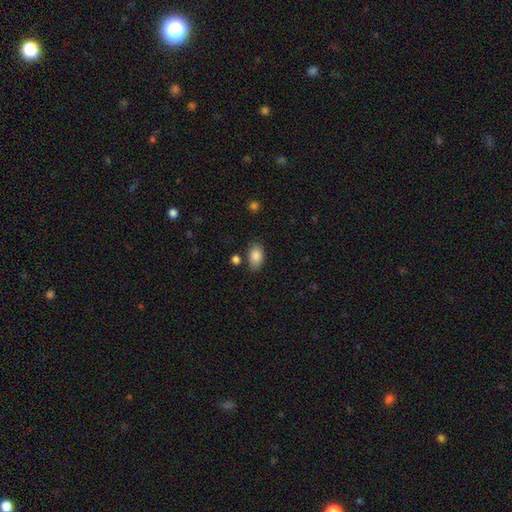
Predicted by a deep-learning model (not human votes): A smooth galaxy with no disk features (87%) that is in between round and cigar-shaped (89%).

Vote fractions:
- Smooth or featured? smooth: 87% / star or artifact: 7% / featured or disk: 5%
- How rounded? in between: 89% / round: 10% / cigar-shaped: 1%
- Merging? none: 76% / minor disturbance: 15% / merger: 5% / major disturbance: 4%